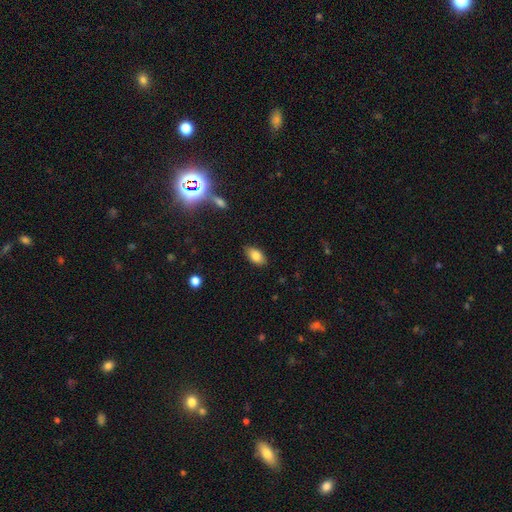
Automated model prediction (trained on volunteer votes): Smooth or featured? smooth (83%)
How rounded? in between (92%)
Merging? none (85%)